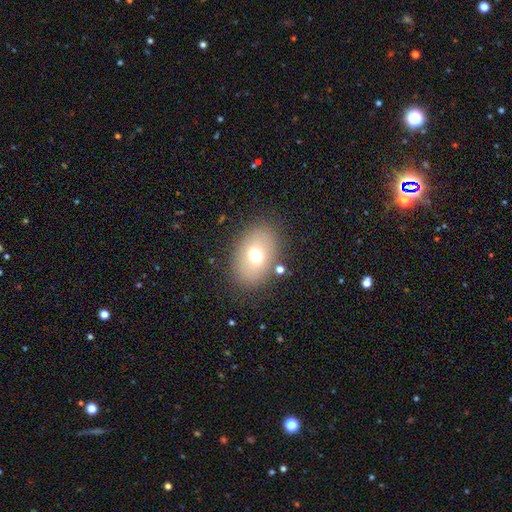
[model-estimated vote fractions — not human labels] A smooth galaxy with no disk features (68%) that is in between round and cigar-shaped (76%). Merging: none (81%).